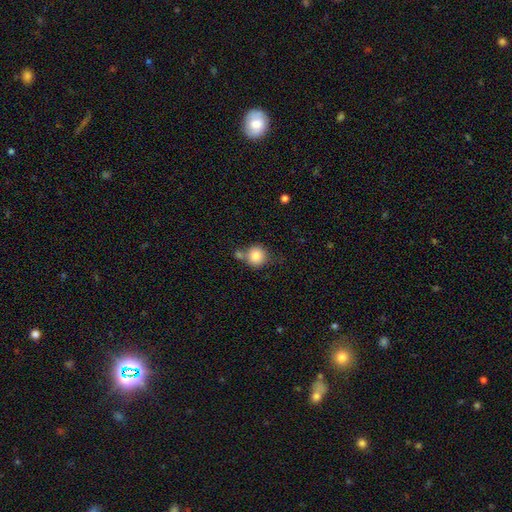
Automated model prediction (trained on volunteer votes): A smooth galaxy with no disk features (82%) that is round (91%).

Vote fractions:
- Smooth or featured? smooth: 82% / star or artifact: 9% / featured or disk: 9%
- How rounded? round: 91% / in between: 8% / cigar-shaped: 1%
- Merging? none: 56% / merger: 27% / minor disturbance: 12% / major disturbance: 4%